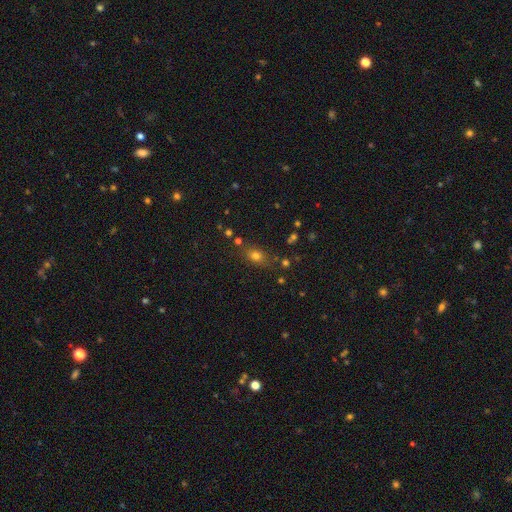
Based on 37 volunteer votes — Morphology: type=smooth (86%); roundness=round (56%); merging=none (80%).